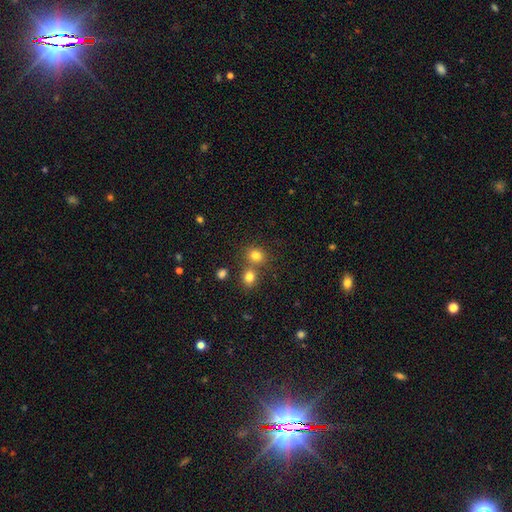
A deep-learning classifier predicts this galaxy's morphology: Overall: smooth (79%). How rounded: round (73%). Merging: none (57%; merger 32%).